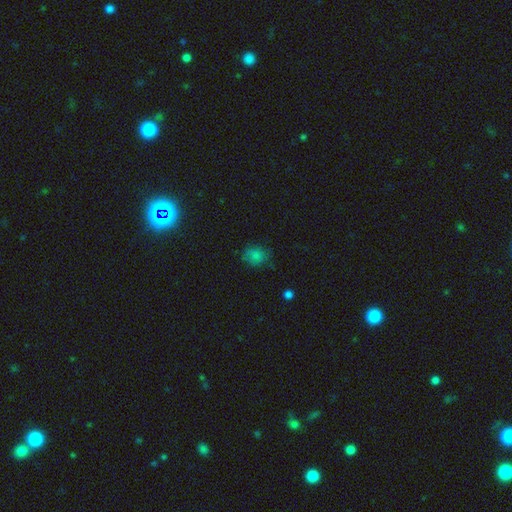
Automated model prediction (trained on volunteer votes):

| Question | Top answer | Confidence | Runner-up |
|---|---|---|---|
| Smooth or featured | smooth | 79% | star or artifact (15%) |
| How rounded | round | 54% | in between (44%) |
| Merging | none | 69% | minor disturbance (23%) |